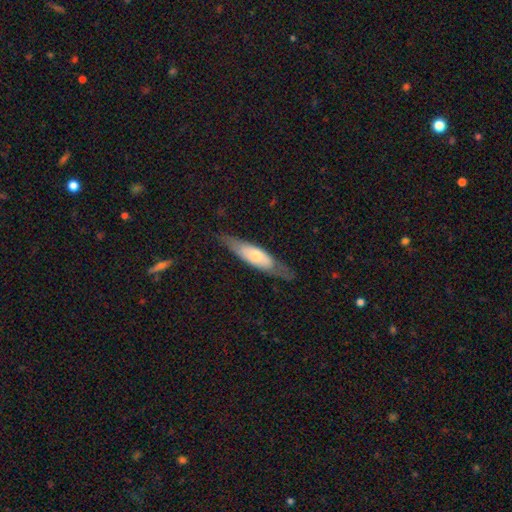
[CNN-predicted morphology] A smooth galaxy with no disk features (53%) that is cigar-shaped (64%).

Vote fractions:
- Smooth or featured? smooth: 53% / featured or disk: 42% / star or artifact: 6%
- How rounded? cigar-shaped: 64% / in between: 34% / round: 2%
- Merging? none: 72% / minor disturbance: 20% / major disturbance: 7% / merger: 1%